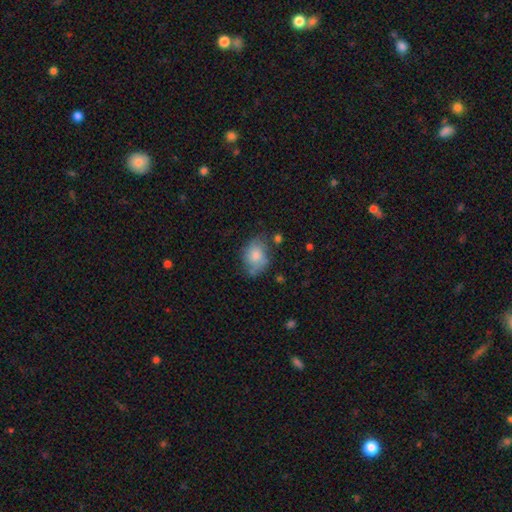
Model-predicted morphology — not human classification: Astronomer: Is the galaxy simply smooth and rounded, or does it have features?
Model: smooth — 75%.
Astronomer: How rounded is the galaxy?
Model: in between — 66%.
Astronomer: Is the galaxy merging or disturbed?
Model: none — 55%.